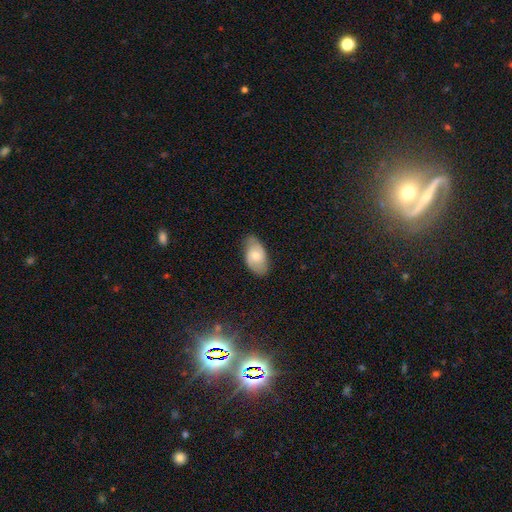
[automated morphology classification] A smooth galaxy with no disk features (54%) that is in between round and cigar-shaped (92%).

Vote fractions:
- Smooth or featured? smooth: 54% / featured or disk: 39% / star or artifact: 7%
- How rounded? in between: 92% / round: 6% / cigar-shaped: 2%
- Merging? none: 69% / minor disturbance: 25% / major disturbance: 5% / merger: 1%